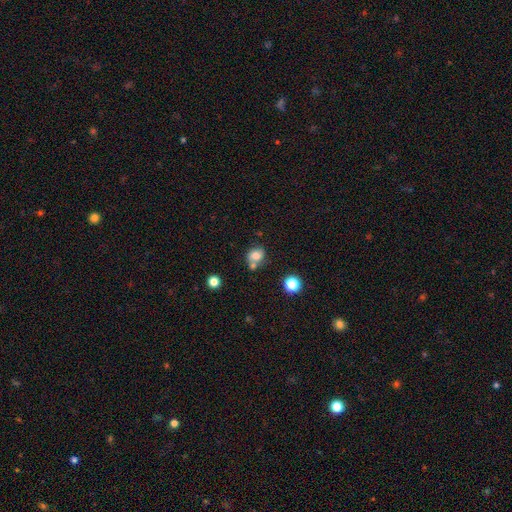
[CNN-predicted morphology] This appears to be a smooth galaxy with no disk features (74%) that is round (58%). Merging: none (47%).